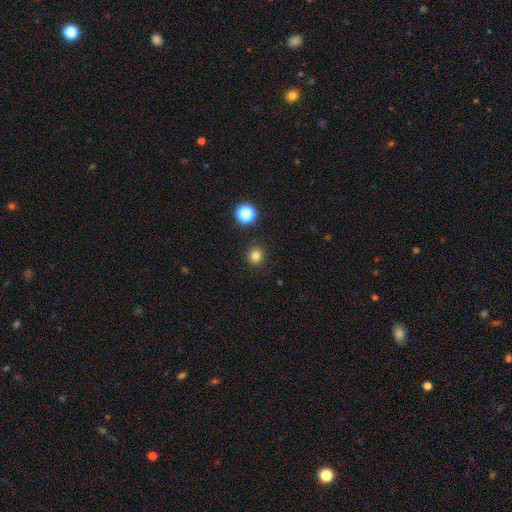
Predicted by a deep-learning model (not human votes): smooth_or_featured: smooth (p=0.80) [alt: star or artifact p=0.15]
how_rounded: round (p=0.93) [alt: in between p=0.06]
merging: none (p=0.91) [alt: minor disturbance p=0.05]